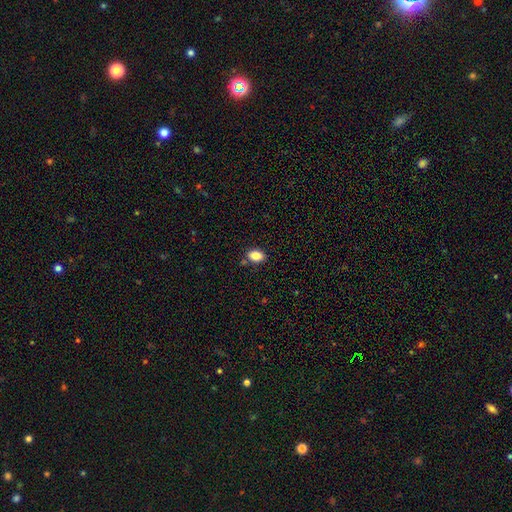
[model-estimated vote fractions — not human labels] This is clearly a smooth galaxy (84%). How rounded: clearly in between (85%). Merging: clearly none (82%).